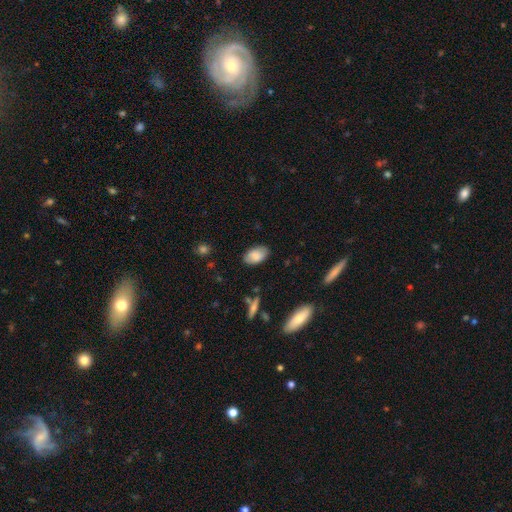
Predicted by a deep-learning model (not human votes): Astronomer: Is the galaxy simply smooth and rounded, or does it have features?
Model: smooth — 84%.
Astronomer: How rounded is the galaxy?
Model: in between — 93%.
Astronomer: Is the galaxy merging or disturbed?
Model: none — 84%.